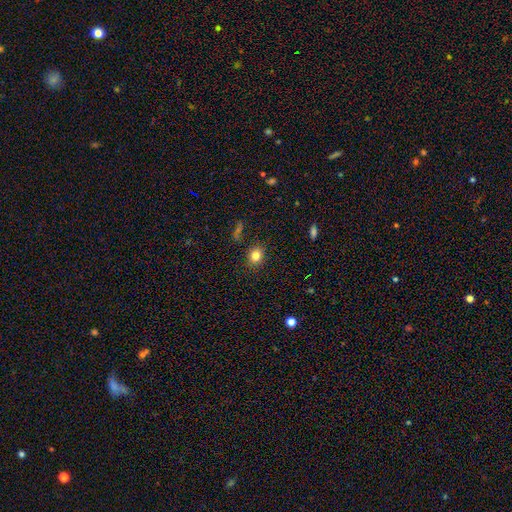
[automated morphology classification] Smooth or featured?
  - smooth: 81% *
  - star or artifact: 12%
  - featured or disk: 7%
How rounded?
  - round: 63% *
  - in between: 36%
  - cigar-shaped: 1%
Merging?
  - none: 87% *
  - minor disturbance: 9%
  - major disturbance: 3%
  - merger: 2%